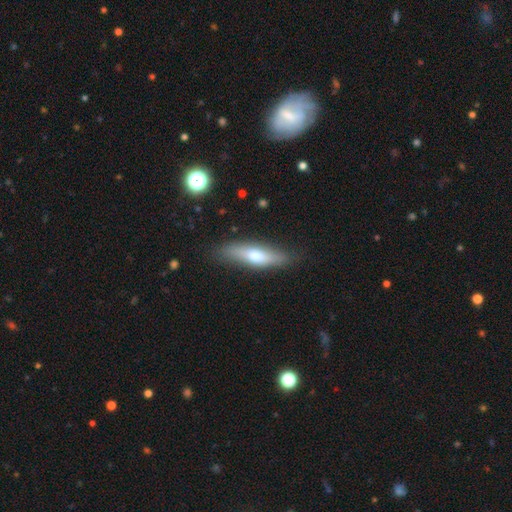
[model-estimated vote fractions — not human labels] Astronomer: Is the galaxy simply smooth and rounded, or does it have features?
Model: smooth — 57% (runner-up: featured or disk, 36%).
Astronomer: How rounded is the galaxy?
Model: cigar-shaped — 65%.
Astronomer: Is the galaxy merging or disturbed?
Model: none — 83%.